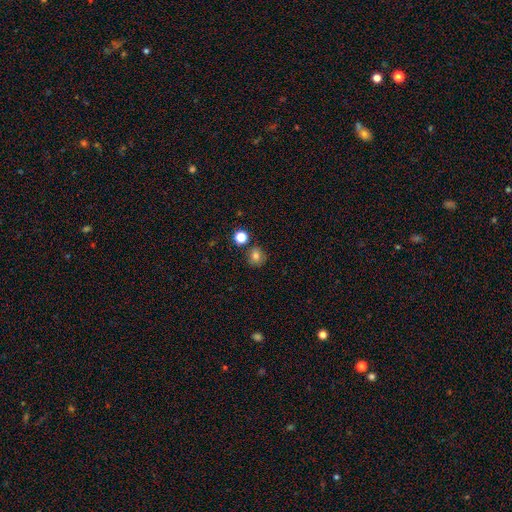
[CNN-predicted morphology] Q: Smooth or featured?
A: smooth (76%); runner-up: star or artifact (15%)
Q: How rounded?
A: round (82%); runner-up: in between (17%)
Q: Merging?
A: none (79%); runner-up: minor disturbance (11%)